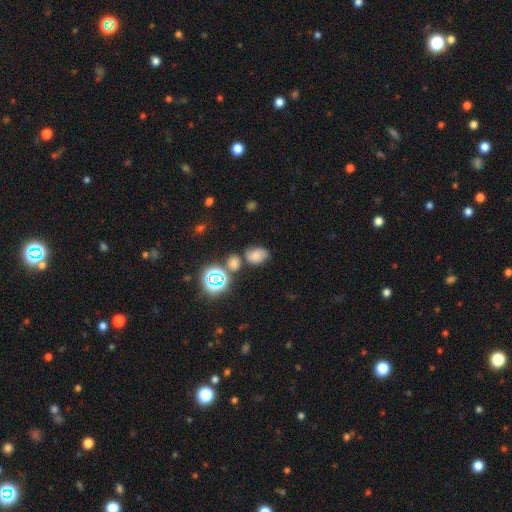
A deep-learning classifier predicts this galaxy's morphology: type=smooth (57%); roundness=in between (71%); merging=none (54%).